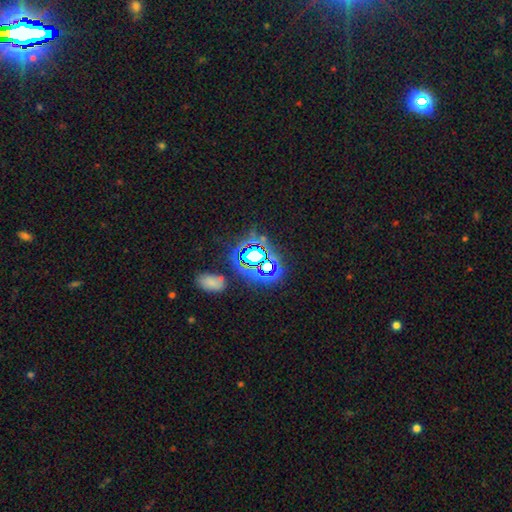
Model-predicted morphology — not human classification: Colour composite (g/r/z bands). It shows a star or artifact, not a galaxy (69%).